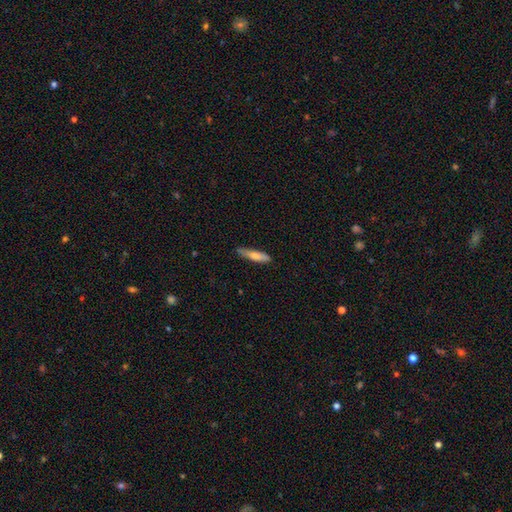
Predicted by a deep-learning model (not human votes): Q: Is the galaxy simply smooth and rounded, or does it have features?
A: smooth — 69%.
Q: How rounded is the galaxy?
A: cigar-shaped — 82%.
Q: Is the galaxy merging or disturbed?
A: none — 80%.